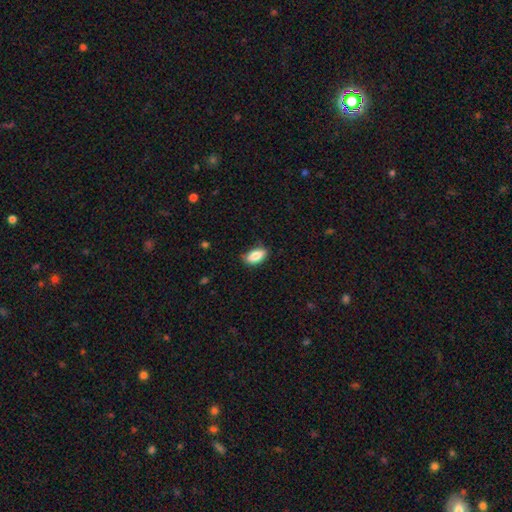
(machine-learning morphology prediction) A smooth galaxy with no disk features (85%) that is in between round and cigar-shaped (90%). Merging: none (76%).